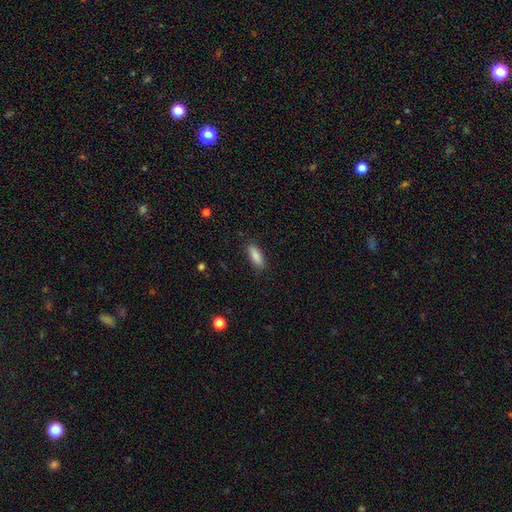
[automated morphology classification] Smooth or featured? smooth (88%)
How rounded? in between (66%)
Merging? none (86%)